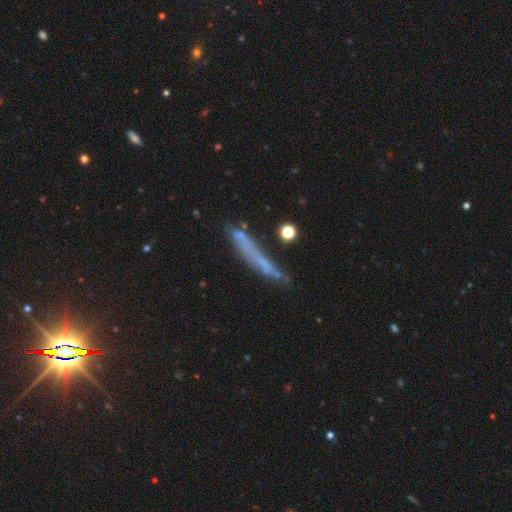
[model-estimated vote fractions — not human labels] smooth_or_featured: smooth (p=0.46) [alt: featured or disk p=0.33]
merging: none (p=0.62) [alt: minor disturbance p=0.21]